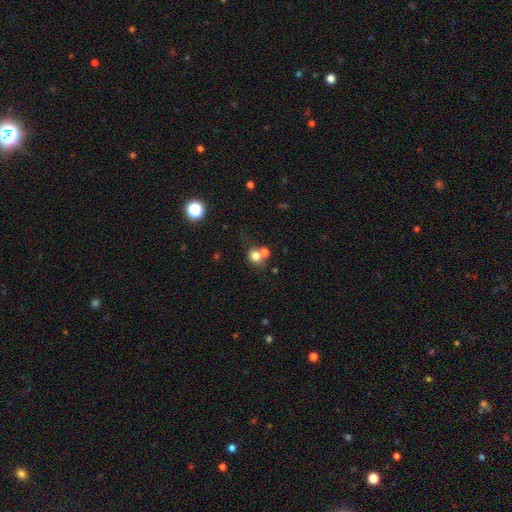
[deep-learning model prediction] This is likely a smooth galaxy (75%). How rounded: likely round (69%). Merging: possibly none (46%).